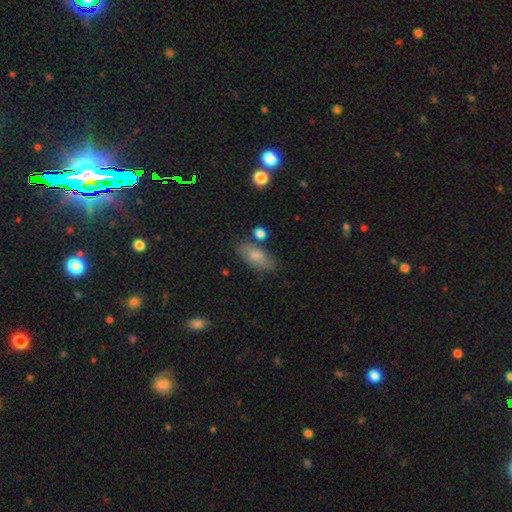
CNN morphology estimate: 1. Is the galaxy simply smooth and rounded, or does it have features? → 78% smooth, 14% featured or disk, 8% star or artifact.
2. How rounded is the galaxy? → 86% in between, 10% cigar-shaped, 4% round.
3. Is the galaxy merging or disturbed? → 73% none, 17% minor disturbance, 6% merger, 5% major disturbance.